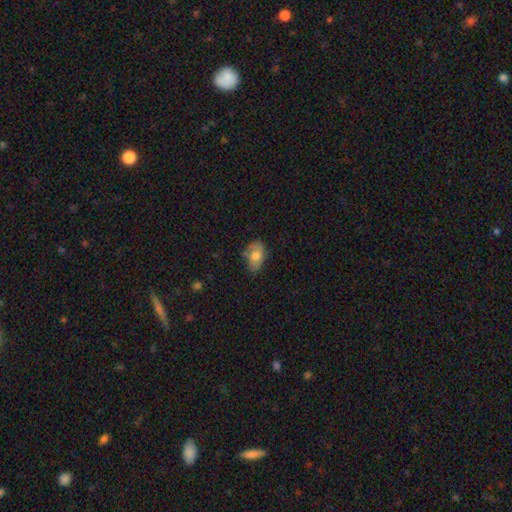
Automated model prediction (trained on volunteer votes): A smooth galaxy with no disk features (69%) that is in between round and cigar-shaped (88%).

Vote fractions:
- Smooth or featured? smooth: 69% / featured or disk: 23% / star or artifact: 7%
- How rounded? in between: 88% / round: 10% / cigar-shaped: 2%
- Merging? none: 59% / minor disturbance: 30% / major disturbance: 8% / merger: 3%